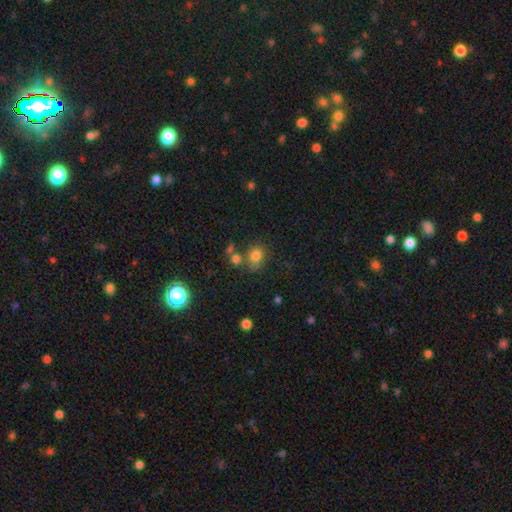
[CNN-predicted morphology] Smooth or featured: smooth — 79% (star or artifact — 13%)
How rounded: round — 66% (in between — 33%)
Merging: none — 58% (merger — 19%)